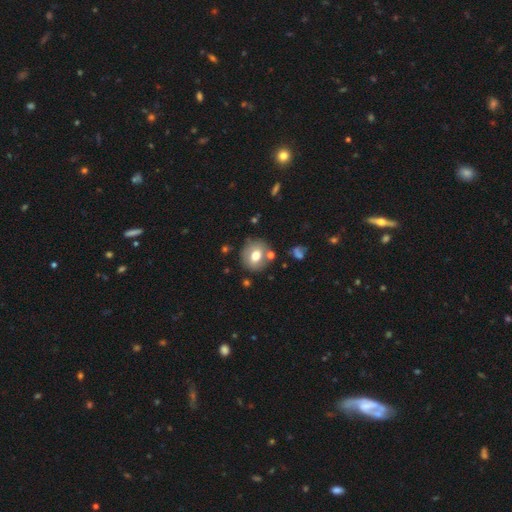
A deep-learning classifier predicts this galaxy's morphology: A smooth galaxy with no disk features (69%) that is round (75%). Merging: none (76%).